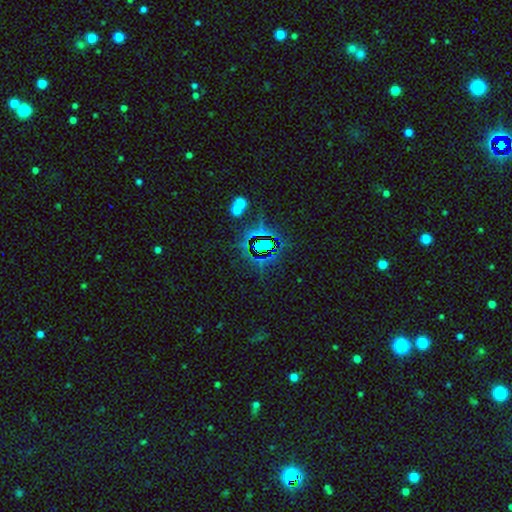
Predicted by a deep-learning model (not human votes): Smooth or featured?
  - star or artifact: 73% *
  - smooth: 17%
  - featured or disk: 11%